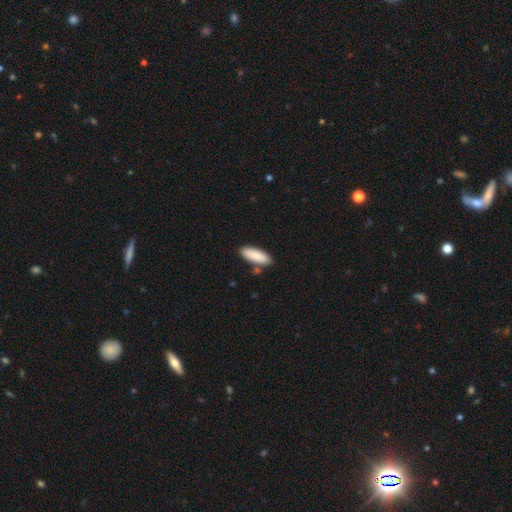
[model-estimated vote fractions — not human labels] A smooth galaxy with no disk features (88%) that is in between round and cigar-shaped (67%).

Vote fractions:
- Smooth or featured? smooth: 88% / featured or disk: 7% / star or artifact: 5%
- How rounded? in between: 67% / cigar-shaped: 31% / round: 2%
- Merging? none: 82% / minor disturbance: 11% / merger: 5% / major disturbance: 2%